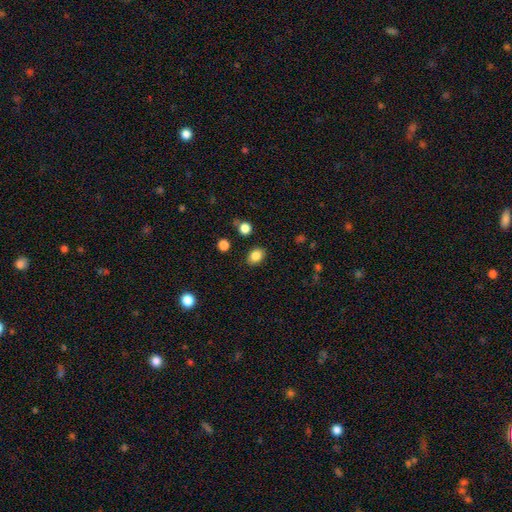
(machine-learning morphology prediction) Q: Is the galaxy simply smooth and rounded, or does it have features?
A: smooth — 85%.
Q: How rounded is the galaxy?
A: in between — 63%.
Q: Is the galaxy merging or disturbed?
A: none — 85%.